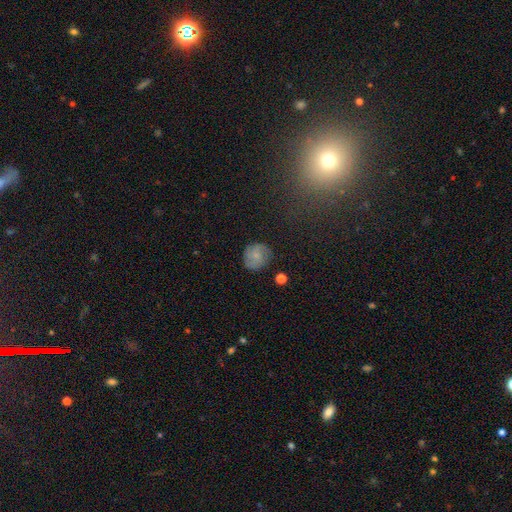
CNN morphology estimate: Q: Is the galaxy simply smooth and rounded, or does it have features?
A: smooth — 51%.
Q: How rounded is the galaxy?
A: round — 85%.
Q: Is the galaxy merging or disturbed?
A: none — 78%.